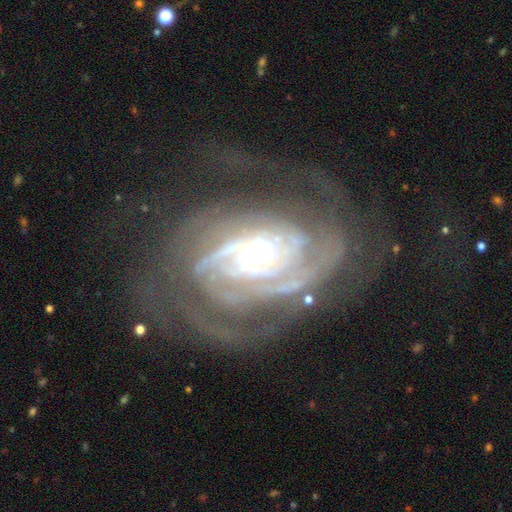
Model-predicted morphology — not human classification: The model was most divided on "spiral arm count": can't tell: 27%, 2: 24%, 3: 21%, 4: 12%, more than 4: 9%, 1: 7%. More confident: spiral arms — yes (96%); edge-on disk — no (96%); smooth or featured — featured or disk (90%); spiral winding — tight (71%); merging — none (60%); bar — no (60%); bulge size — moderate (55%).